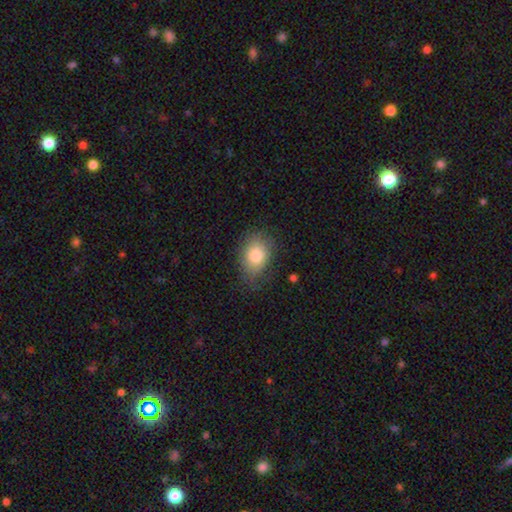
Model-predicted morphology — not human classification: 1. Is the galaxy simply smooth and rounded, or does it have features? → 81% smooth, 11% featured or disk, 8% star or artifact.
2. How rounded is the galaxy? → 70% in between, 29% round, 1% cigar-shaped.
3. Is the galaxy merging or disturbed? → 72% none, 21% minor disturbance, 6% major disturbance, 1% merger.